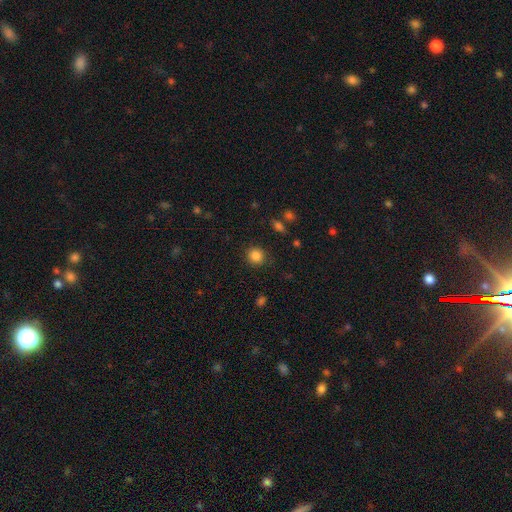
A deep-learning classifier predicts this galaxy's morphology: smooth 85%, star or artifact 11%, featured or disk 4%. Down the decision tree: how rounded — round (88%); merging — none (87%).